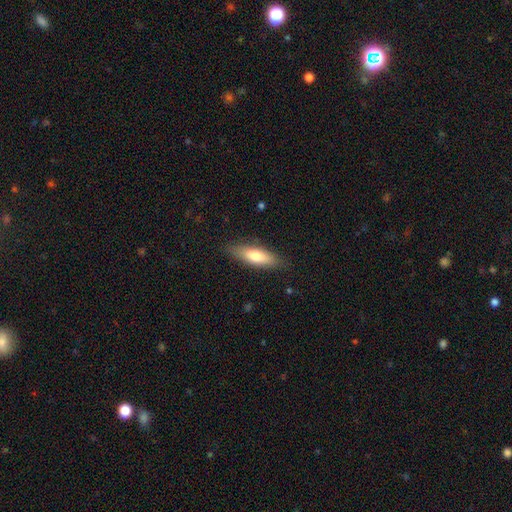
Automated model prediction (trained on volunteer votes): Smooth or featured? Predicted: smooth (p=0.70). How rounded? Predicted: in between (p=0.49, tied with cigar-shaped). Merging? Predicted: none (p=0.84).